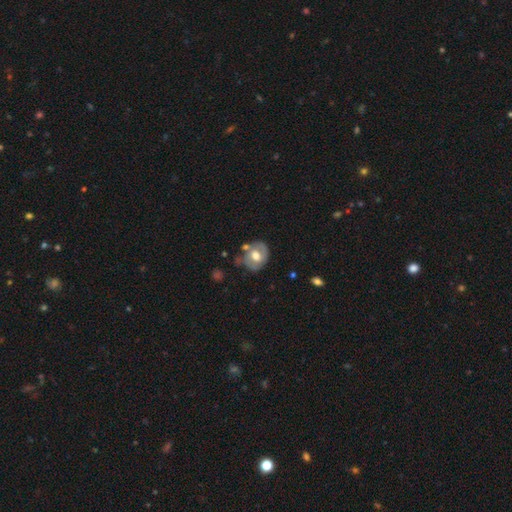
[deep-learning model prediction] This is possibly a smooth galaxy (47%). Merging: possibly none (52%).